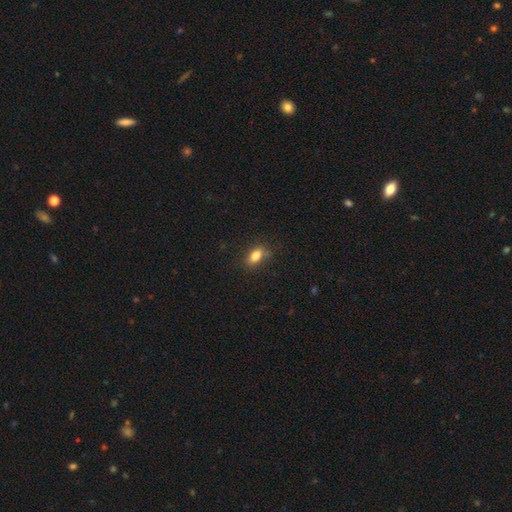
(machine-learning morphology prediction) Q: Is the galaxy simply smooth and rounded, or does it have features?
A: smooth — 83%.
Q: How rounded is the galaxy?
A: in between — 84%.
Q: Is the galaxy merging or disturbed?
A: none — 79%.